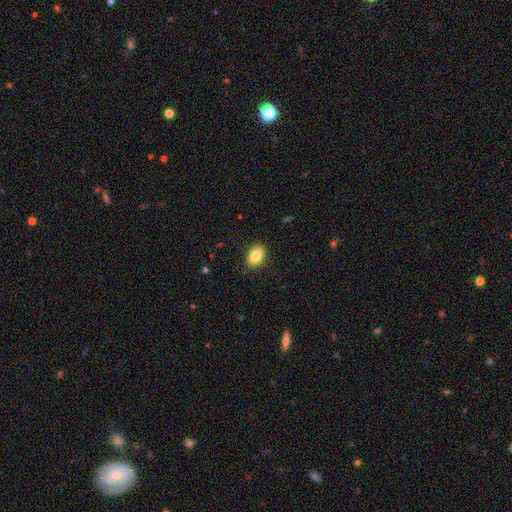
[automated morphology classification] smooth-or-featured: smooth: 84% | star or artifact: 8% | featured or disk: 8%
  how-rounded: in between: 84% | round: 14% | cigar-shaped: 2%
  merging: none: 87% | minor disturbance: 10% | major disturbance: 2% | merger: 1%